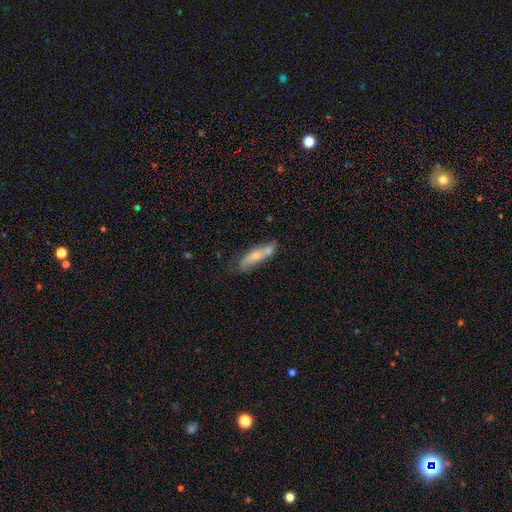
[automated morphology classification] type=smooth (54%); roundness=cigar-shaped (53%); merging=none (49%).